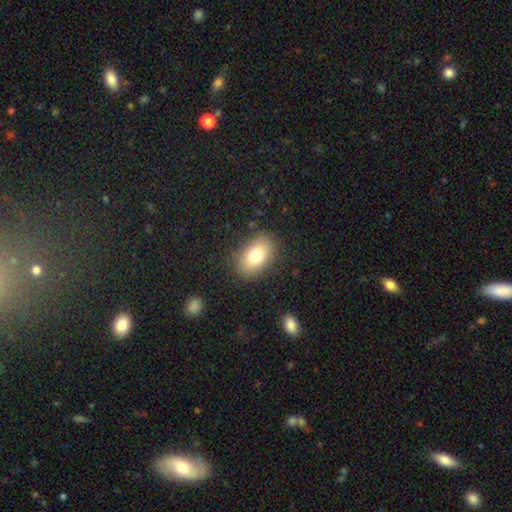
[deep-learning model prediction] This appears to be a smooth galaxy with no disk features (80%) that is in between round and cigar-shaped (87%). Merging: none (85%).